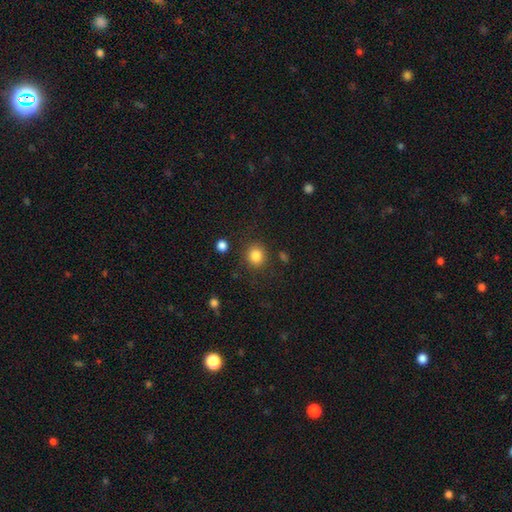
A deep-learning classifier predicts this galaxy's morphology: smooth_or_featured: smooth (p=0.84) [alt: star or artifact p=0.11]
how_rounded: round (p=0.87) [alt: in between p=0.12]
merging: none (p=0.85) [alt: minor disturbance p=0.08]